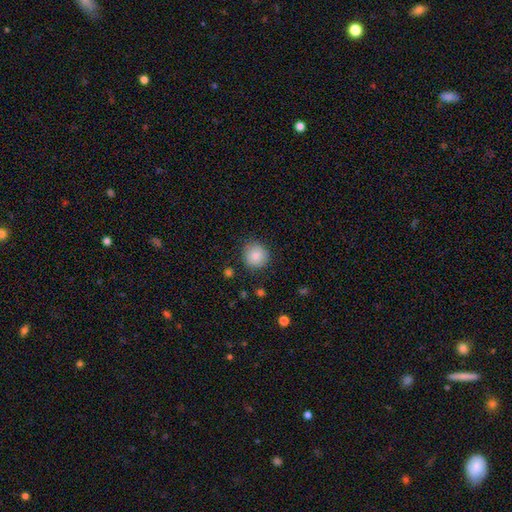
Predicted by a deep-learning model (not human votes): This appears to be a smooth galaxy with no disk features (86%) that is round (91%). Merging: none (85%).